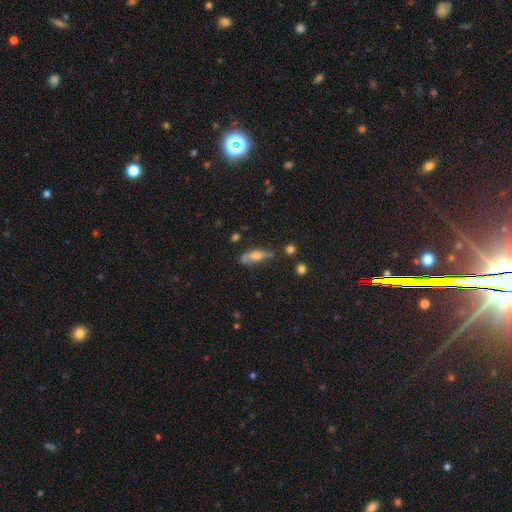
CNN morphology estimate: A smooth galaxy with no disk features (53%) that is in between round and cigar-shaped (54%).

Vote fractions:
- Smooth or featured? smooth: 53% / featured or disk: 38% / star or artifact: 10%
- How rounded? in between: 54% / cigar-shaped: 42% / round: 4%
- Merging? none: 56% / minor disturbance: 26% / major disturbance: 10% / merger: 8%